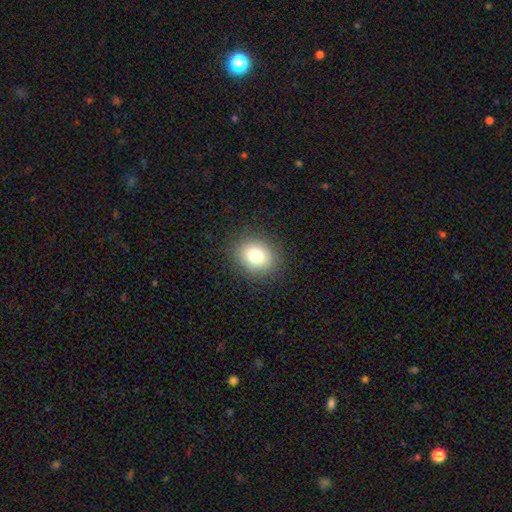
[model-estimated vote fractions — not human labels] The model was most divided on "how rounded": round: 63%, in between: 36%, cigar-shaped: 1%. More confident: merging — none (88%); smooth or featured — smooth (78%).